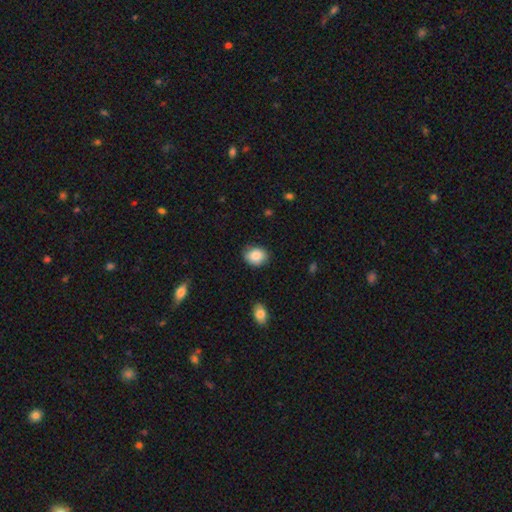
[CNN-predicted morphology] Q: Smooth or featured?
A: smooth (86%); runner-up: star or artifact (8%)
Q: How rounded?
A: round (51%); runner-up: in between (48%)
Q: Merging?
A: none (83%); runner-up: minor disturbance (13%)